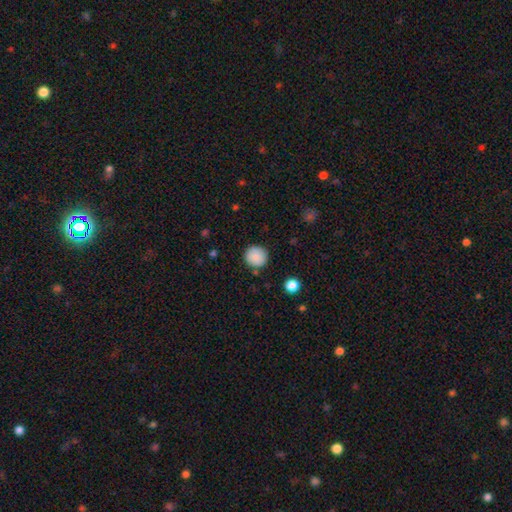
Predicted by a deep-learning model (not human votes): Smooth or featured?
  - smooth: 88% *
  - star or artifact: 8%
  - featured or disk: 4%
How rounded?
  - round: 93% *
  - in between: 7%
  - cigar-shaped: 1%
Merging?
  - none: 86% *
  - minor disturbance: 9%
  - major disturbance: 3%
  - merger: 2%